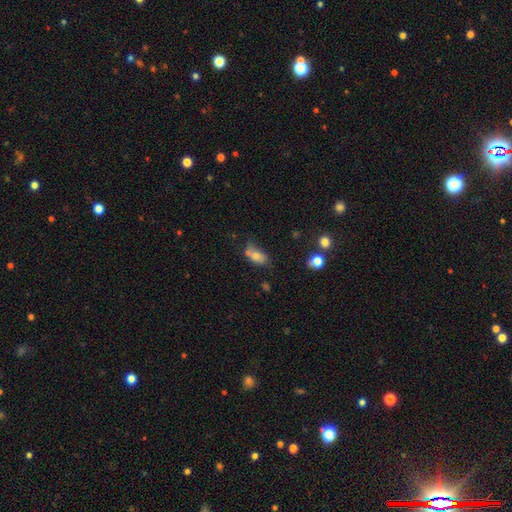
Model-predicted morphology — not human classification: Smooth or featured? Predicted: smooth (p=0.71). How rounded? Predicted: in between (p=0.80). Merging? Predicted: merger (p=0.35).